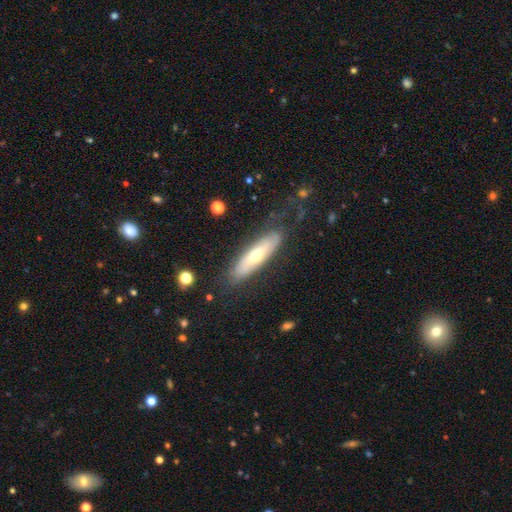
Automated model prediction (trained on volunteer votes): A featured or disk galaxy (51%). Merging: none (74%).